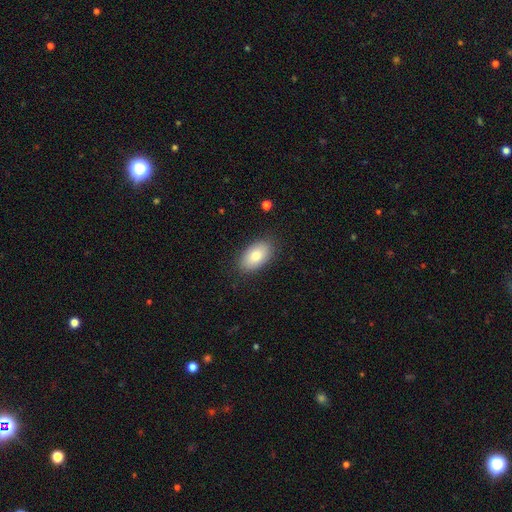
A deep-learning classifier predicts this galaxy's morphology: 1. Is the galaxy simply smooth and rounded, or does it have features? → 82% smooth, 11% featured or disk, 7% star or artifact.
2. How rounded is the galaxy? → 94% in between, 5% round, 2% cigar-shaped.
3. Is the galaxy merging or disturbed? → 85% none, 11% minor disturbance, 3% major disturbance, 1% merger.